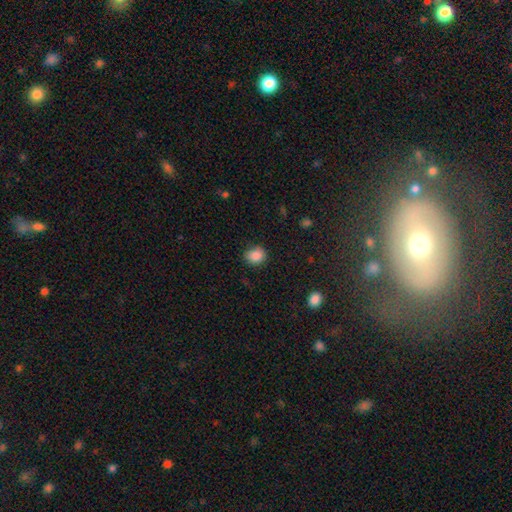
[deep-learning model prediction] A smooth galaxy with no disk features (87%) that is round (63%).

Vote fractions:
- Smooth or featured? smooth: 87% / star or artifact: 9% / featured or disk: 4%
- How rounded? round: 63% / in between: 36% / cigar-shaped: 1%
- Merging? none: 81% / minor disturbance: 15% / major disturbance: 3% / merger: 1%